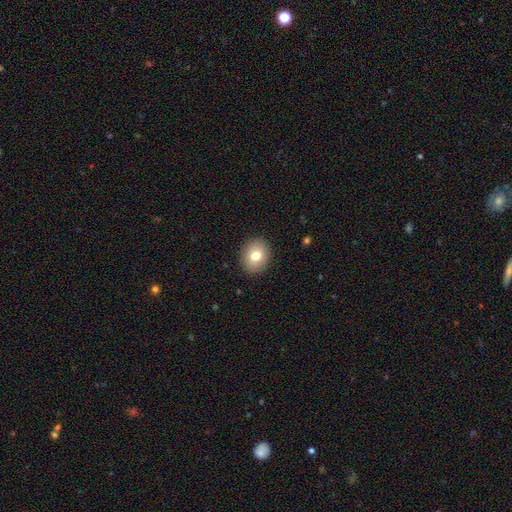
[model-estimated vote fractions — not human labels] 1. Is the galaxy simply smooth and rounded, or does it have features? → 78% smooth, 13% featured or disk, 9% star or artifact.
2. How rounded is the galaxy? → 56% round, 43% in between, 1% cigar-shaped.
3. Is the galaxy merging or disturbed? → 90% none, 7% minor disturbance, 2% major disturbance, 1% merger.